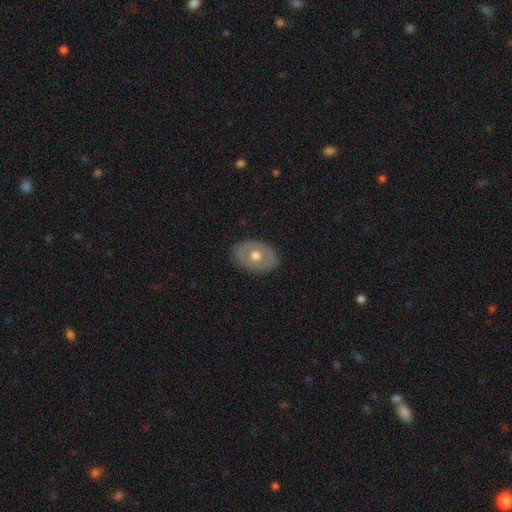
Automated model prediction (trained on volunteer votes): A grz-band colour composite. It shows a featured or disk galaxy (49%). Merging: none (85%).